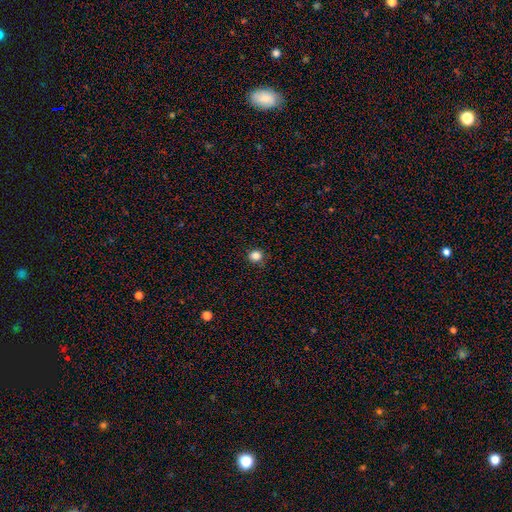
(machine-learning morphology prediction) type=smooth (84%); roundness=round (87%); merging=none (88%).